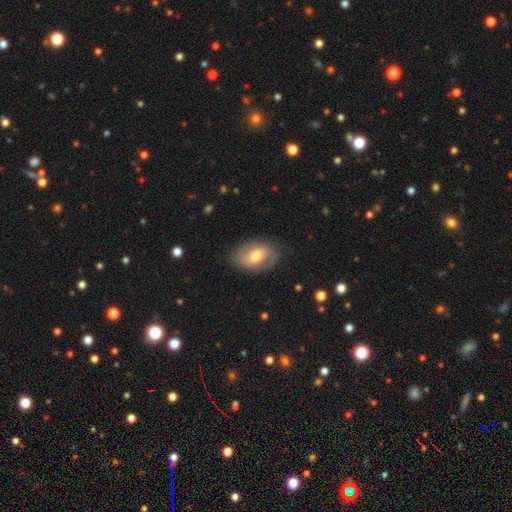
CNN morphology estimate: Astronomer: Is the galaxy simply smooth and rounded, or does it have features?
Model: featured or disk — 63%.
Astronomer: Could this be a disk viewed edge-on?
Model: no — 95%.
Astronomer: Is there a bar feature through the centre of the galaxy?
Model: weak — 46% (runner-up: no, 30%).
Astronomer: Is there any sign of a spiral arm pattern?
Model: yes — 75%.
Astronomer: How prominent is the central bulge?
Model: moderate — 68%.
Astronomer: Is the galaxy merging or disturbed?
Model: none — 80%.